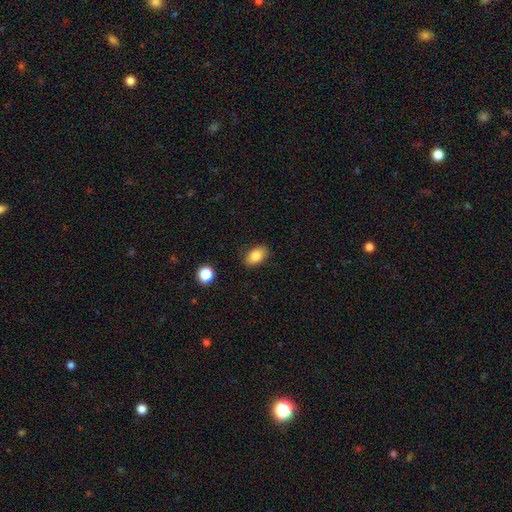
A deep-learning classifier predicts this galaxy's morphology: A smooth galaxy with no disk features (84%) that is in between round and cigar-shaped (90%).

Vote fractions:
- Smooth or featured? smooth: 84% / star or artifact: 9% / featured or disk: 7%
- How rounded? in between: 90% / round: 9% / cigar-shaped: 2%
- Merging? none: 86% / minor disturbance: 10% / major disturbance: 2% / merger: 1%